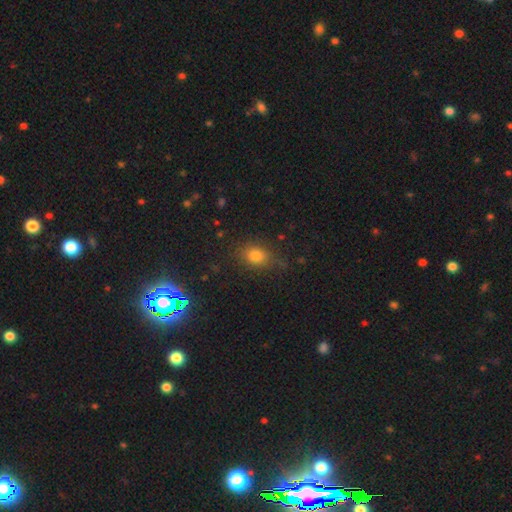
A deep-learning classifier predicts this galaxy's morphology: smooth_or_featured: smooth (p=0.77) [alt: star or artifact p=0.15]
how_rounded: in between (p=0.58) [alt: round p=0.40]
merging: none (p=0.77) [alt: minor disturbance p=0.16]